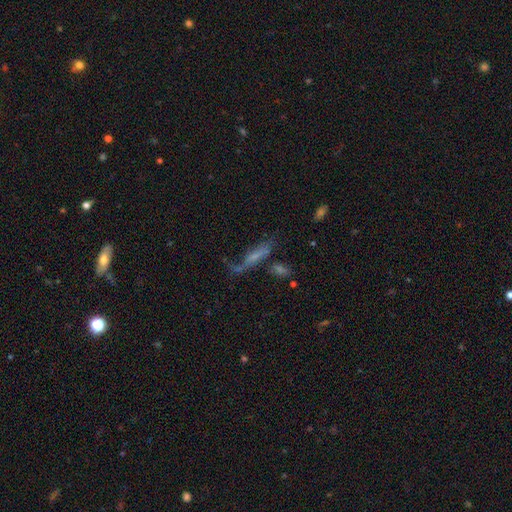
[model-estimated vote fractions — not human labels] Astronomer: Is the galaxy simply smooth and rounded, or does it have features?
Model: featured or disk — 42%, tied with smooth at 42%.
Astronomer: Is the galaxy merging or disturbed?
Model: none — 42% (runner-up: major disturbance, 21%).